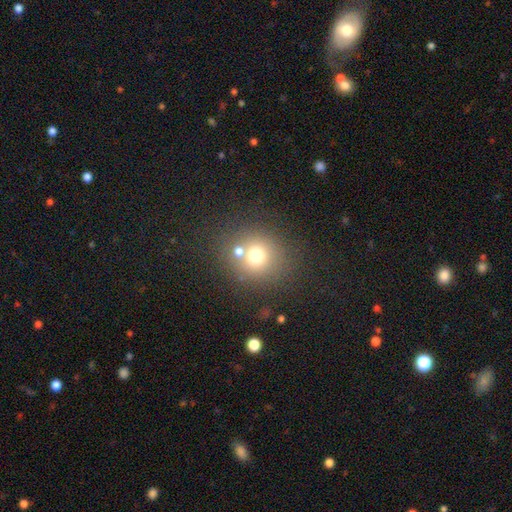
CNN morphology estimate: Smooth or featured?
  - smooth: 69% *
  - star or artifact: 17%
  - featured or disk: 14%
How rounded?
  - round: 85% *
  - in between: 14%
  - cigar-shaped: 1%
Merging?
  - none: 62% *
  - merger: 25%
  - minor disturbance: 9%
  - major disturbance: 5%